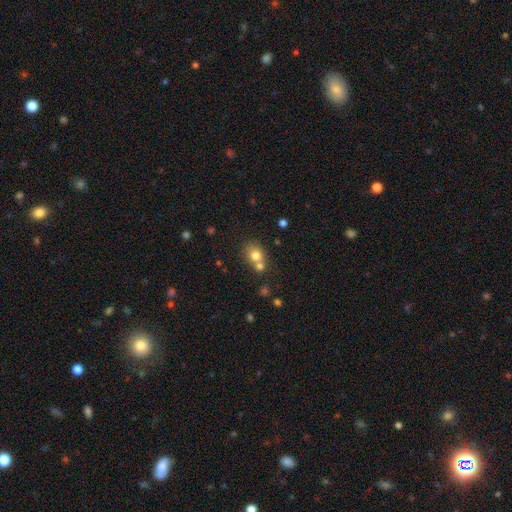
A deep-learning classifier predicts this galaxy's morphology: The model was most divided on "merging": none: 45%, merger: 43%, minor disturbance: 9%, major disturbance: 4%. More confident: smooth or featured — smooth (75%); how rounded — round (67%).